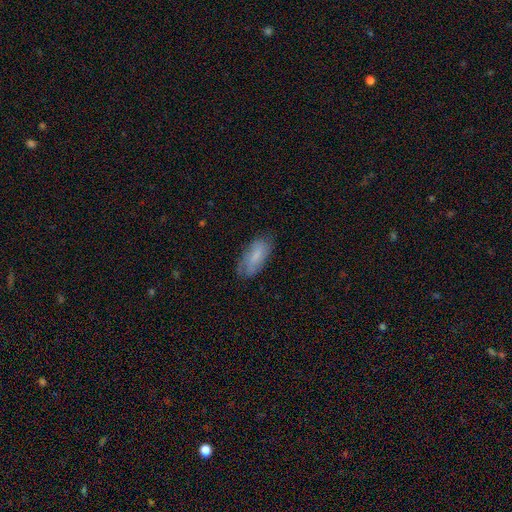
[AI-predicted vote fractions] This appears to be a smooth galaxy with no disk features (72%) that is in between round and cigar-shaped (83%). Merging: none (72%).